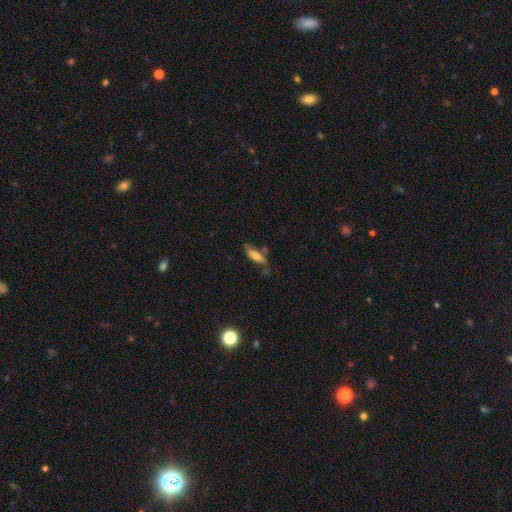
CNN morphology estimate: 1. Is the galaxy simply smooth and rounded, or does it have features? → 56% smooth, 37% featured or disk, 7% star or artifact.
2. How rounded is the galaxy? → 51% in between, 46% cigar-shaped, 3% round.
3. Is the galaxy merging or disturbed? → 56% none, 26% minor disturbance, 10% major disturbance, 8% merger.